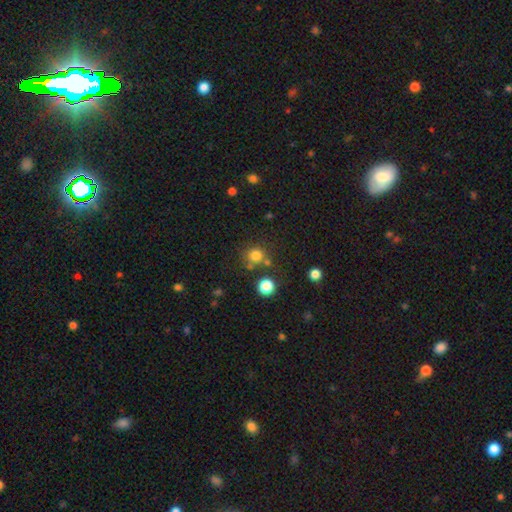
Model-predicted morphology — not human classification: Smooth or featured: smooth — 78% (star or artifact — 16%)
How rounded: round — 89% (in between — 10%)
Merging: none — 71% (merger — 15%)